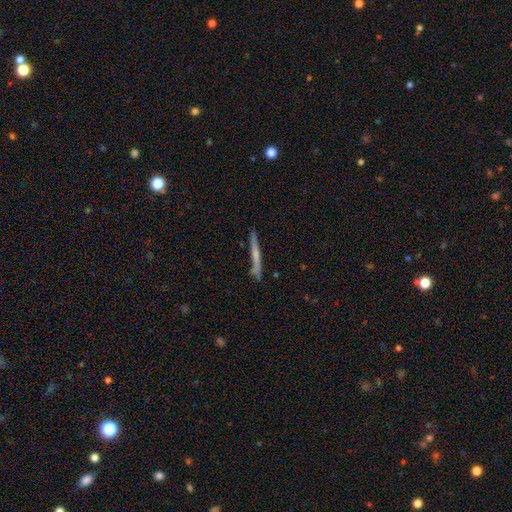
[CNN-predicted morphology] This appears to be a featured or disk galaxy (49%). Merging: none (81%).